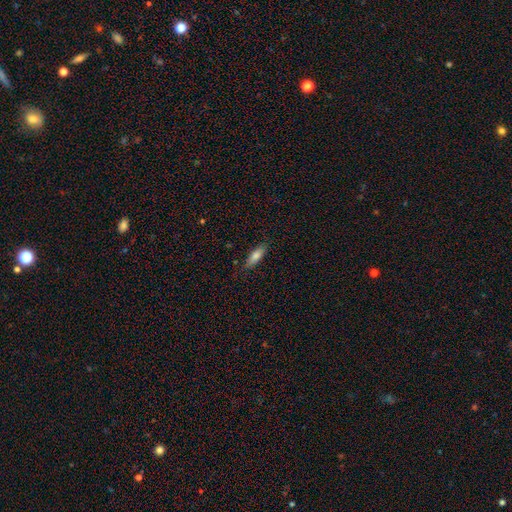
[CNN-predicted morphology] Smooth or featured?
  - smooth: 79% *
  - featured or disk: 15%
  - star or artifact: 7%
How rounded?
  - in between: 54% *
  - cigar-shaped: 44%
  - round: 2%
Merging?
  - none: 82% *
  - minor disturbance: 14%
  - major disturbance: 3%
  - merger: 1%